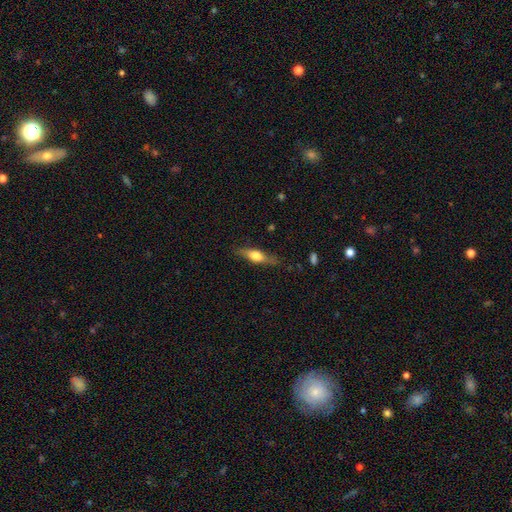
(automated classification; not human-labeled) Smooth or featured? Predicted: smooth (p=0.50). How rounded? Predicted: cigar-shaped (p=0.53). Merging? Predicted: none (p=0.76).